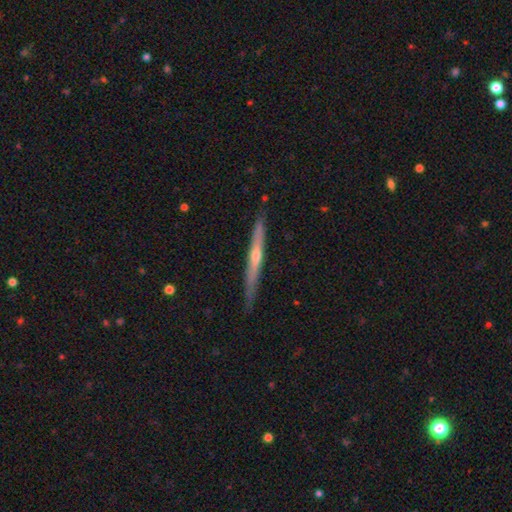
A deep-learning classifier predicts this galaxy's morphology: This appears to be a featured or disk galaxy (65%) viewed edge-on (97%) with a rounded central bulge (65%). Merging: none (85%).